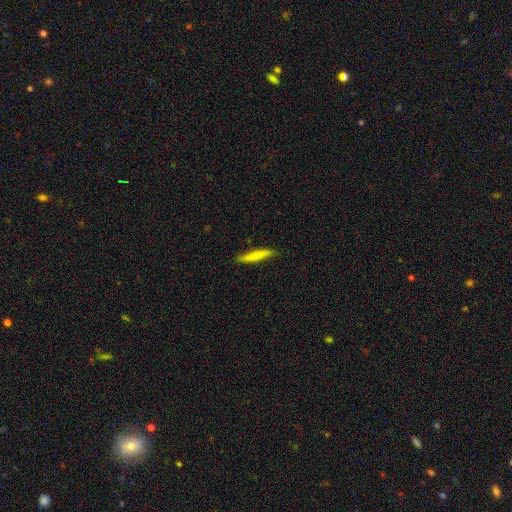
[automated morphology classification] Smooth or featured? Predicted: smooth (p=0.74). How rounded? Predicted: cigar-shaped (p=0.91). Merging? Predicted: none (p=0.84).